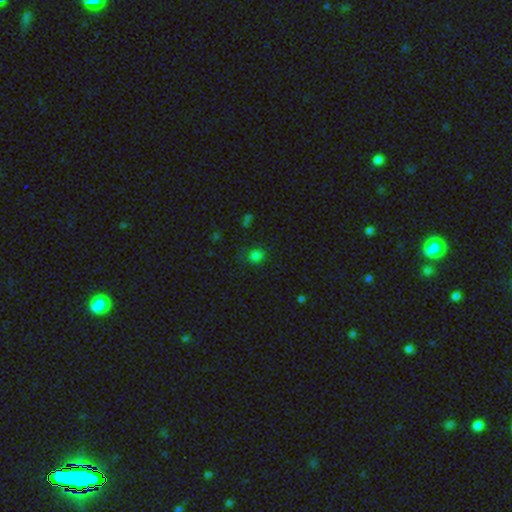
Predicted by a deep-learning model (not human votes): A smooth galaxy with no disk features (73%) that is round (67%). Merging: none (72%).